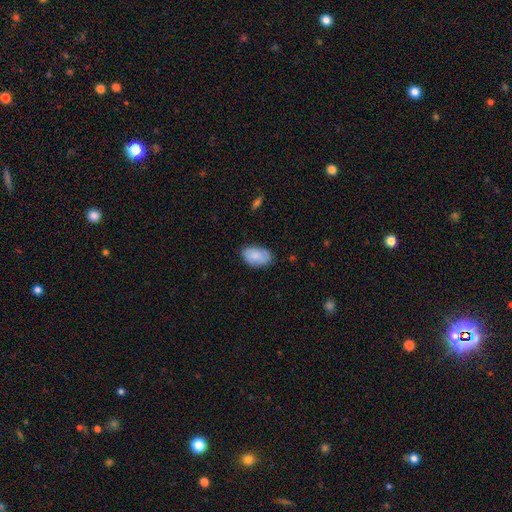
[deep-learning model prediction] A smooth galaxy with no disk features (77%) that is in between round and cigar-shaped (92%). Merging: none (74%).